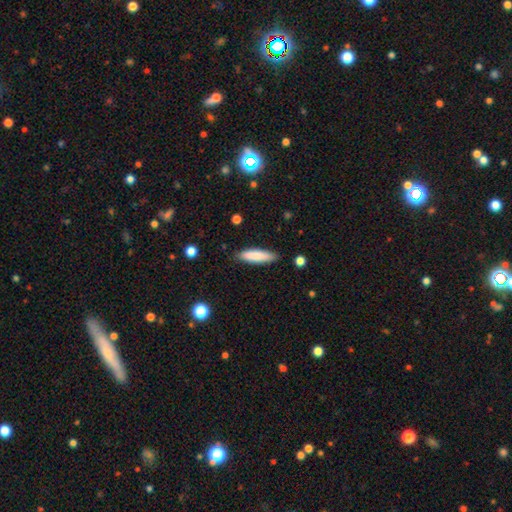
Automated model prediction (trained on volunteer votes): Overall: smooth (82%). How rounded: cigar-shaped (70%). Merging: none (87%).